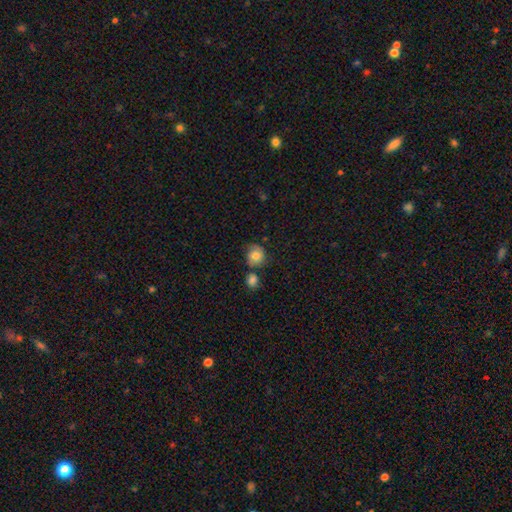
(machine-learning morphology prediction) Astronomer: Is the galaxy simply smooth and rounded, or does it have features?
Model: smooth — 69%.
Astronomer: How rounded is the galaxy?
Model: round — 82%.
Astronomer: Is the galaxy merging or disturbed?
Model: none — 55%.